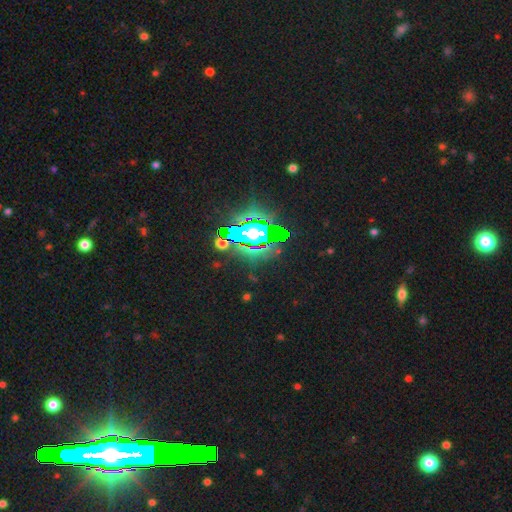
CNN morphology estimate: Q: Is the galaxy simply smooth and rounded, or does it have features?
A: star or artifact — 82%.